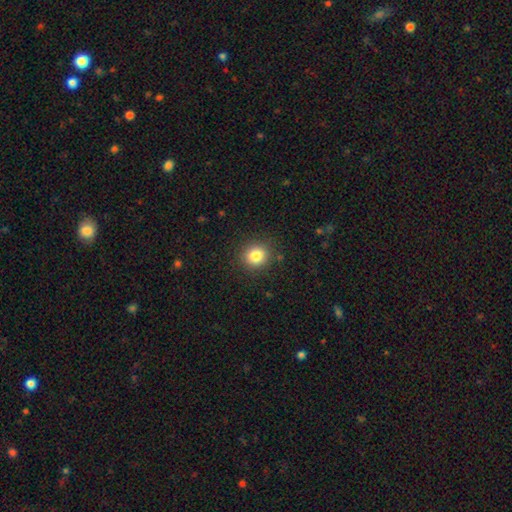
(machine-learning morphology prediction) smooth-or-featured: smooth: 83% | star or artifact: 11% | featured or disk: 6%
  how-rounded: round: 85% | in between: 14% | cigar-shaped: 1%
  merging: none: 88% | minor disturbance: 8% | major disturbance: 3% | merger: 1%